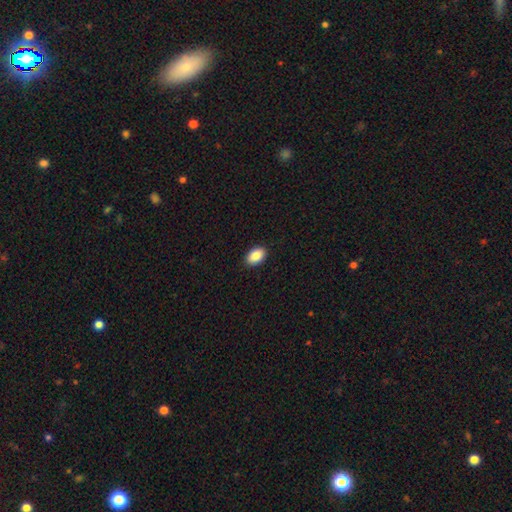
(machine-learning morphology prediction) The model was most divided on "smooth or featured": smooth: 88%, star or artifact: 7%, featured or disk: 5%. More confident: merging — none (91%); how rounded — in between (90%).